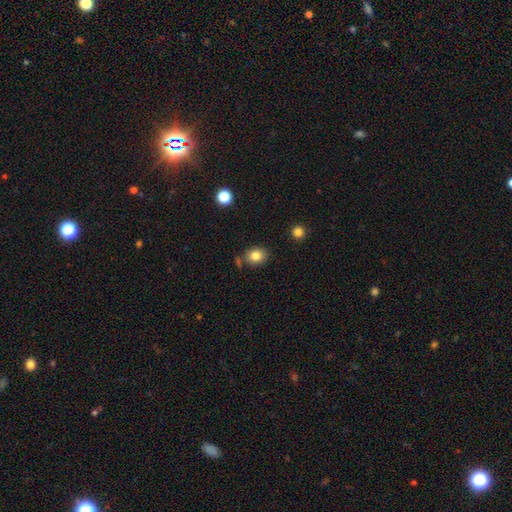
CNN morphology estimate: This appears to be a smooth galaxy with no disk features (82%) that is round (52%). Merging: none (78%).